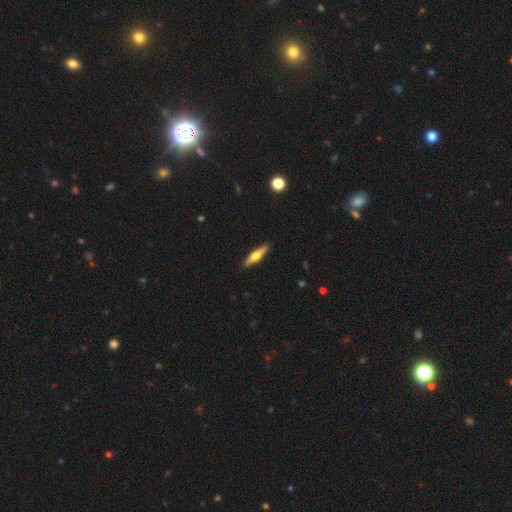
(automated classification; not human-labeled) Smooth or featured?
  - featured or disk: 56% *
  - smooth: 39%
  - star or artifact: 6%
Edge-on disk?
  - yes: 95% *
  - no: 5%
Edge-on bulge?
  - rounded: 93% *
  - boxy: 4%
  - none: 3%
Merging?
  - none: 91% *
  - minor disturbance: 7%
  - major disturbance: 1%
  - merger: 1%